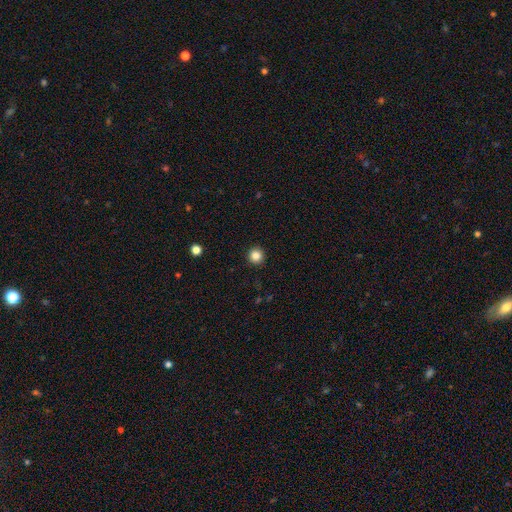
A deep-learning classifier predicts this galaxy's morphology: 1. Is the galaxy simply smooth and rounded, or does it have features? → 85% smooth, 11% star or artifact, 4% featured or disk.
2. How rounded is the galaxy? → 95% round, 4% in between, 1% cigar-shaped.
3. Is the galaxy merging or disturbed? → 93% none, 4% minor disturbance, 2% major disturbance, 1% merger.